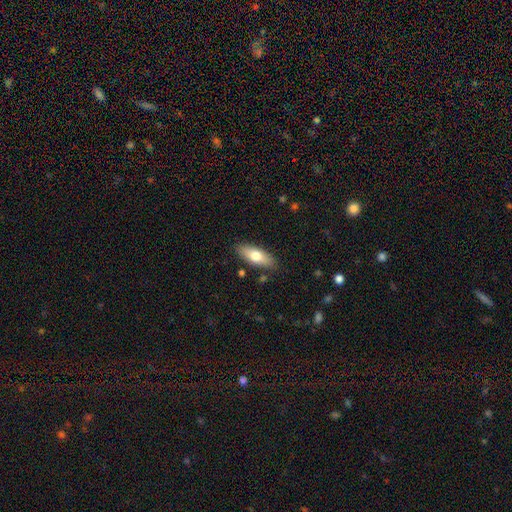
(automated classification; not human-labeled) Smooth or featured: smooth — 71% (featured or disk — 23%)
How rounded: in between — 72% (cigar-shaped — 26%)
Merging: none — 85% (minor disturbance — 11%)